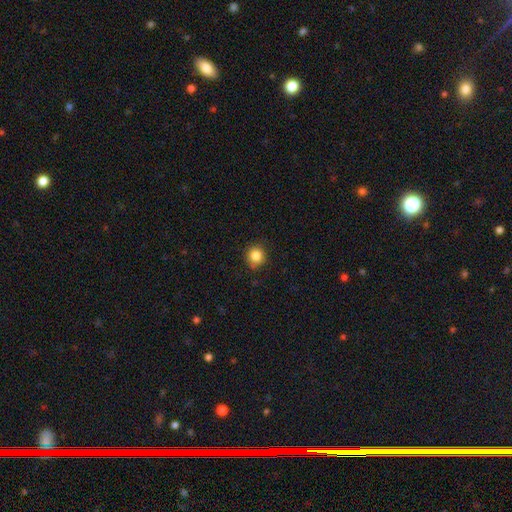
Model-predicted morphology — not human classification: smooth-or-featured: smooth: 85% | star or artifact: 10% | featured or disk: 5%
  how-rounded: round: 90% | in between: 9% | cigar-shaped: 1%
  merging: none: 86% | minor disturbance: 11% | major disturbance: 2% | merger: 1%